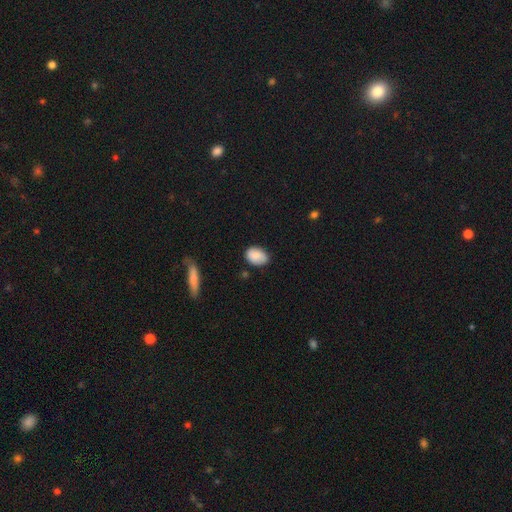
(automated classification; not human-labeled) Overall: smooth (83%). How rounded: in between (80%). Merging: none (76%).